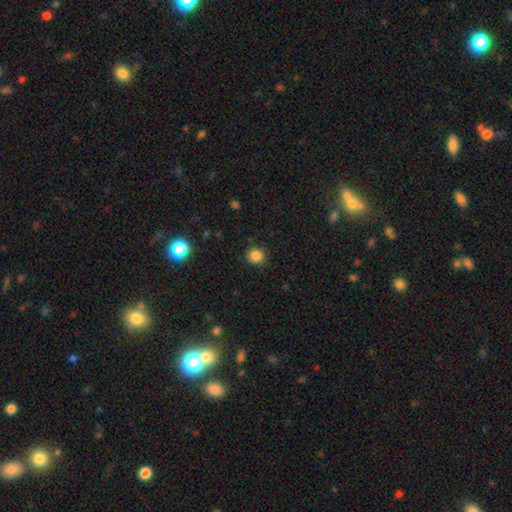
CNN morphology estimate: This appears to be a smooth galaxy with no disk features (84%) that is round (89%). Merging: none (90%).